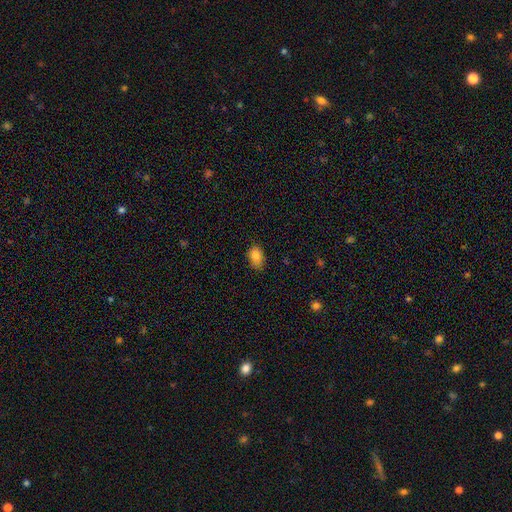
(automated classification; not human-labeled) This appears to be a smooth galaxy with no disk features (85%) that is in between round and cigar-shaped (85%). Merging: none (76%).